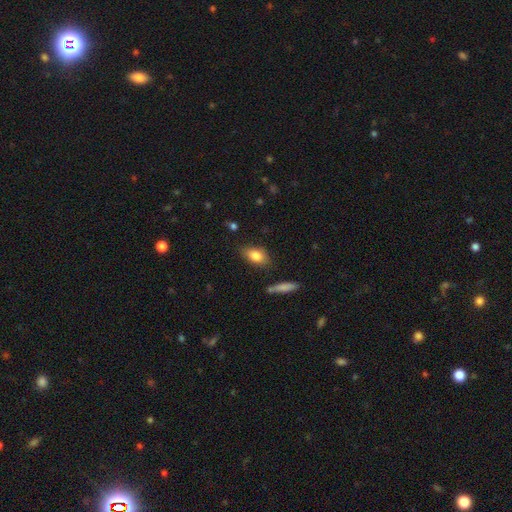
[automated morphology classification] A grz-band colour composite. It shows a smooth galaxy with no disk features (81%) that is in between round and cigar-shaped (85%). Merging: none (80%).